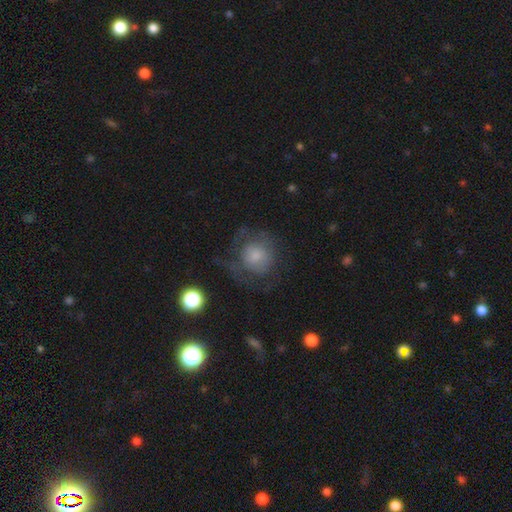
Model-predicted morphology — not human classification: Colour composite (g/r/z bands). It shows a smooth galaxy with no disk features (56%) that is round (86%). Merging: none (50%).